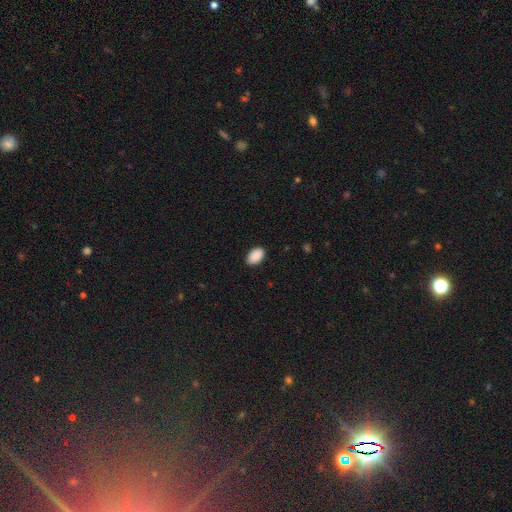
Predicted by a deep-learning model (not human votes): The model was most divided on "merging": none: 89%, minor disturbance: 9%, major disturbance: 2%, merger: 1%. More confident: how rounded — in between (92%); smooth or featured — smooth (91%).